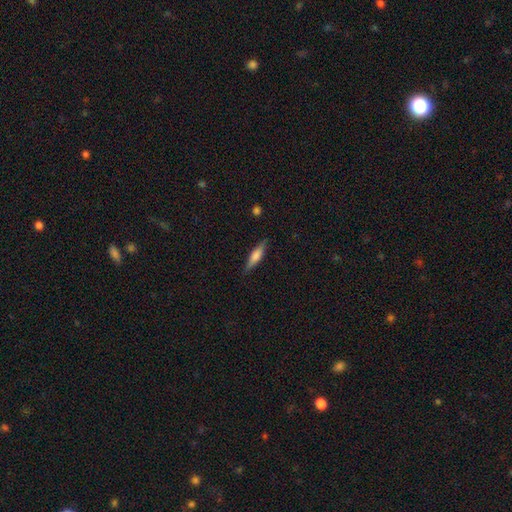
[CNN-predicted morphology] A smooth galaxy with no disk features (56%) that is cigar-shaped (73%). Merging: none (86%).